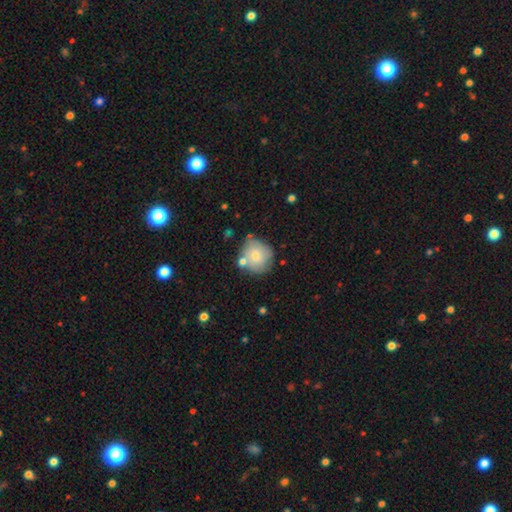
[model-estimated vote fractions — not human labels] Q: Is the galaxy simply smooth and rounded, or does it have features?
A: smooth — 68%.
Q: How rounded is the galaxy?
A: round — 82%.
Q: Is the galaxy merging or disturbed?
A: none — 63%.